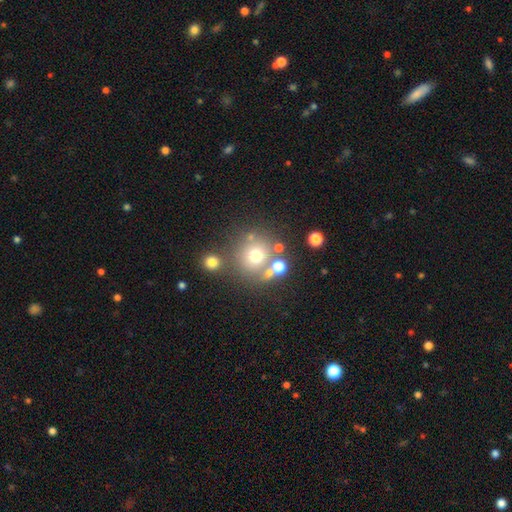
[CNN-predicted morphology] Smooth or featured? smooth (67%)
How rounded? round (91%)
Merging? none (68%)